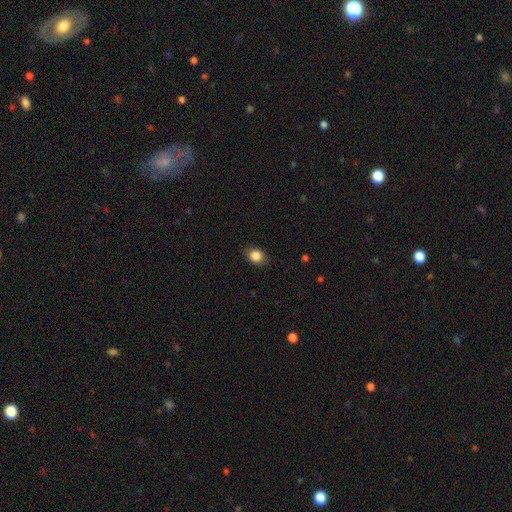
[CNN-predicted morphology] Smooth or featured? Predicted: smooth (p=0.85). How rounded? Predicted: in between (p=0.54). Merging? Predicted: none (p=0.83).